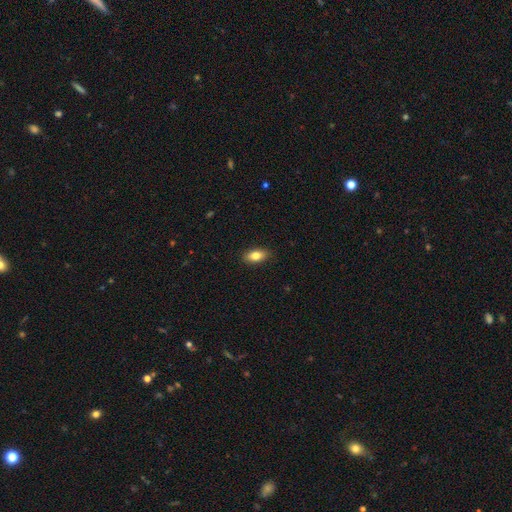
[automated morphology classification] A smooth galaxy with no disk features (81%) that is in between round and cigar-shaped (88%).

Vote fractions:
- Smooth or featured? smooth: 81% / featured or disk: 12% / star or artifact: 7%
- How rounded? in between: 88% / cigar-shaped: 6% / round: 5%
- Merging? none: 89% / minor disturbance: 8% / major disturbance: 2% / merger: 1%